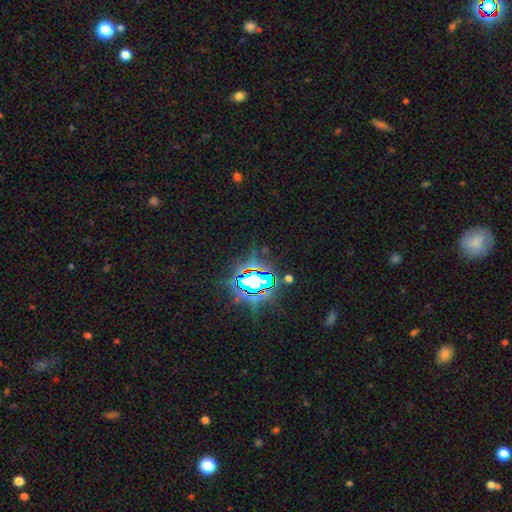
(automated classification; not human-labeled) Q: Smooth or featured?
A: star or artifact (82%); runner-up: smooth (11%)